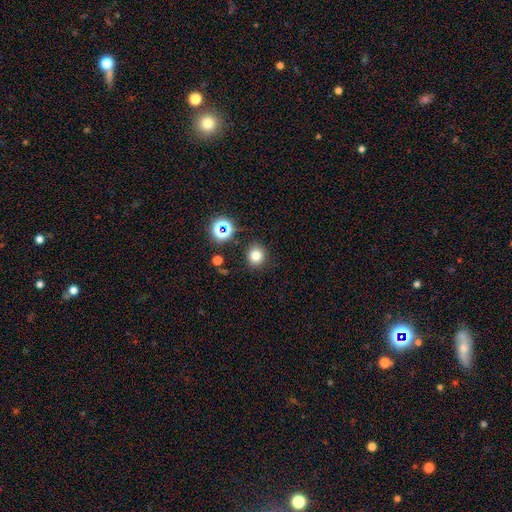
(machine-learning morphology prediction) This appears to be a smooth galaxy with no disk features (77%) that is round (85%). Merging: none (88%).